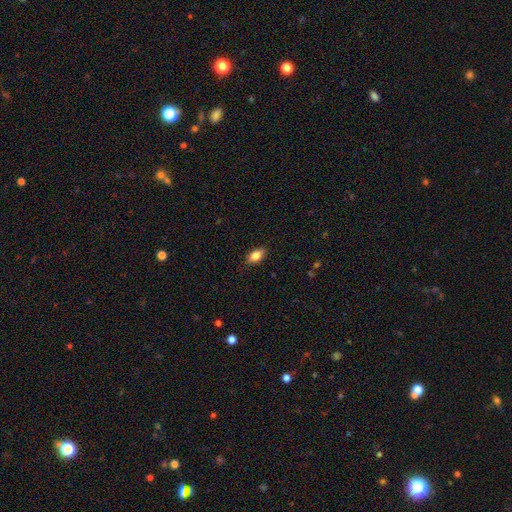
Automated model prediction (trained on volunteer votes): Morphology: type=smooth (83%); roundness=in between (89%); merging=none (85%).